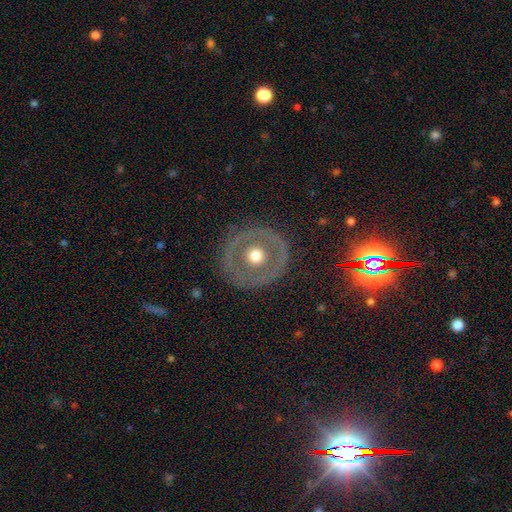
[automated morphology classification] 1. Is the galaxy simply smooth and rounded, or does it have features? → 52% featured or disk, 41% smooth, 6% star or artifact.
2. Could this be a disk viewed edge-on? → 94% no, 6% yes.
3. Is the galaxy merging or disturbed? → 84% none, 10% minor disturbance, 5% major disturbance, 1% merger.